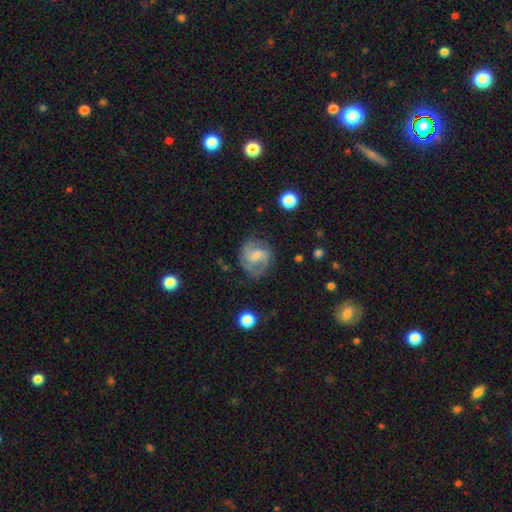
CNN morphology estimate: Q: Smooth or featured?
A: featured or disk (67%); runner-up: smooth (25%)
Q: Edge-on disk?
A: no (98%); runner-up: yes (2%)
Q: Bar?
A: weak (52%); runner-up: no (33%)
Q: Spiral arms?
A: yes (87%); runner-up: no (13%)
Q: Spiral winding?
A: medium (49%); runner-up: loose (27%)
Q: Spiral arm count?
A: 2 (69%); runner-up: can't tell (16%)
Q: Bulge size?
A: small (34%); tied with: moderate (34%)
Q: Merging?
A: none (64%); runner-up: minor disturbance (21%)